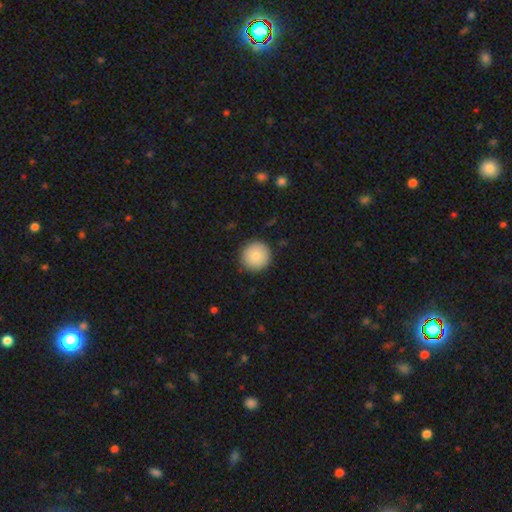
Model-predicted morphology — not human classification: Smooth or featured? Predicted: smooth (p=0.86). How rounded? Predicted: round (p=0.95). Merging? Predicted: none (p=0.91).